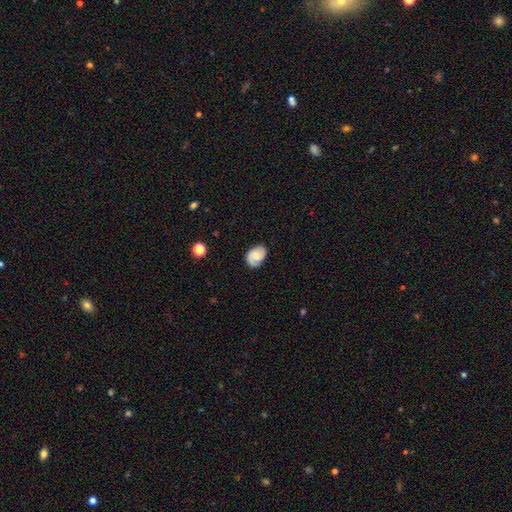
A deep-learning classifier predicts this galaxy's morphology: A featured or disk galaxy (50%).

Vote fractions:
- Smooth or featured? featured or disk: 50% / smooth: 42% / star or artifact: 8%
- Edge-on disk? no: 97% / yes: 3%
- Merging? none: 77% / minor disturbance: 18% / major disturbance: 4% / merger: 1%